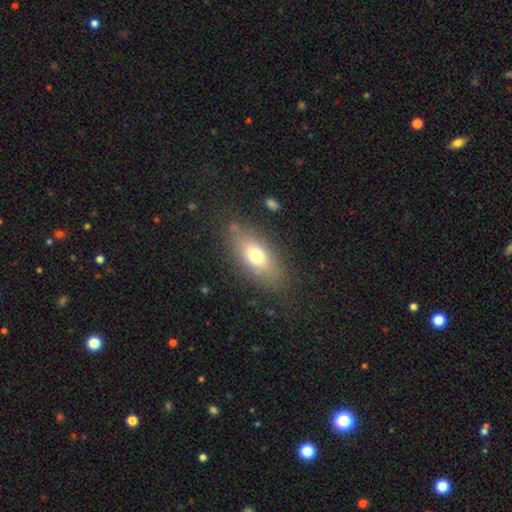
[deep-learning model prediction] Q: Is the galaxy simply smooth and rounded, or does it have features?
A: smooth — 69%.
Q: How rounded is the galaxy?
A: in between — 79%.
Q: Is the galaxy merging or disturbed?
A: none — 80%.